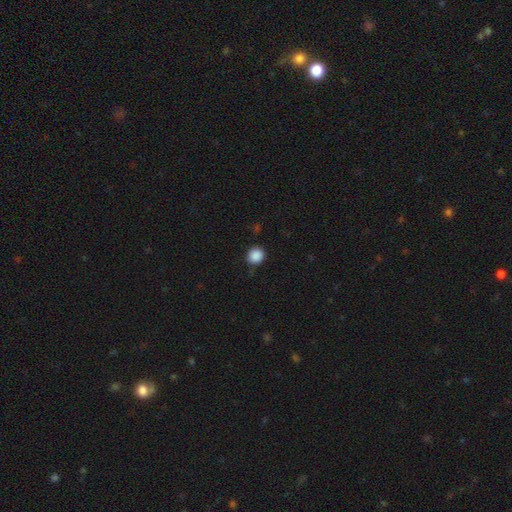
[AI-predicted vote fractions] Q: Smooth or featured?
A: smooth (88%); runner-up: star or artifact (10%)
Q: How rounded?
A: round (89%); runner-up: in between (10%)
Q: Merging?
A: none (83%); runner-up: minor disturbance (13%)